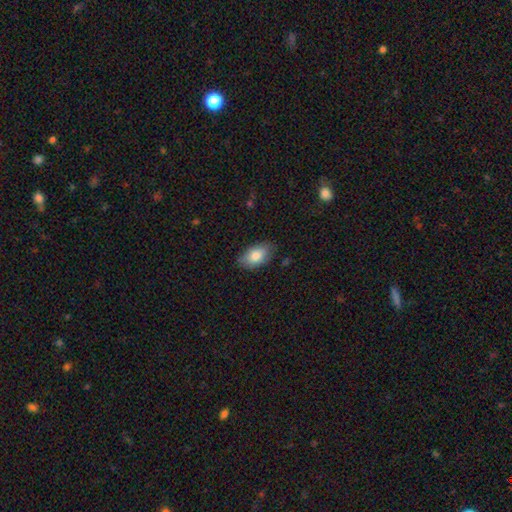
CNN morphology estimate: Smooth or featured?
  - smooth: 82% *
  - featured or disk: 11%
  - star or artifact: 7%
How rounded?
  - in between: 92% *
  - round: 6%
  - cigar-shaped: 2%
Merging?
  - none: 81% *
  - minor disturbance: 15%
  - major disturbance: 3%
  - merger: 1%